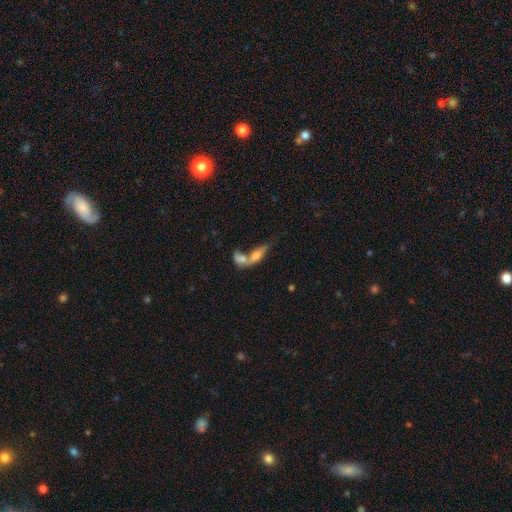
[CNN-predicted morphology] Q: Smooth or featured?
A: smooth (60%); runner-up: featured or disk (32%)
Q: How rounded?
A: in between (57%); runner-up: cigar-shaped (38%)
Q: Merging?
A: merger (66%); runner-up: none (19%)